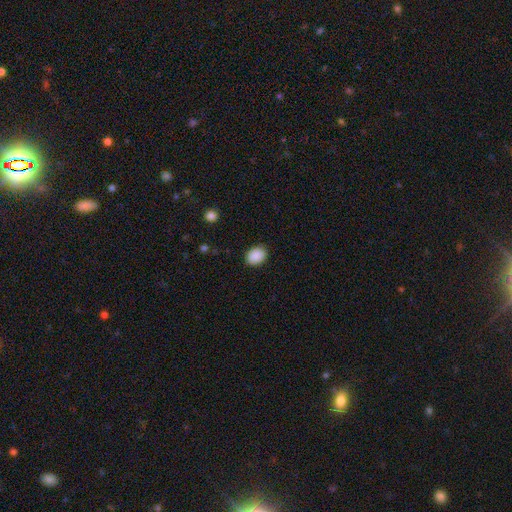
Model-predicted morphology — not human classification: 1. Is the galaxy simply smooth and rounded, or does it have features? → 90% smooth, 8% star or artifact, 2% featured or disk.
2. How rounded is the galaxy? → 62% in between, 37% round, 1% cigar-shaped.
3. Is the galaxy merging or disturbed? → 89% none, 8% minor disturbance, 2% major disturbance, 1% merger.